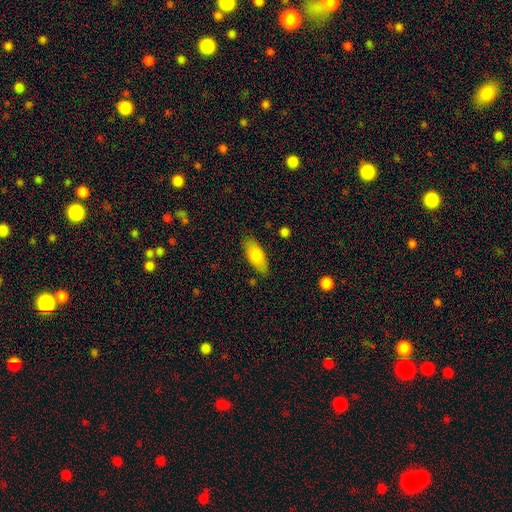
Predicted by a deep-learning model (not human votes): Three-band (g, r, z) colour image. It shows a smooth galaxy with no disk features (78%) that is in between round and cigar-shaped (79%). Merging: none (82%).